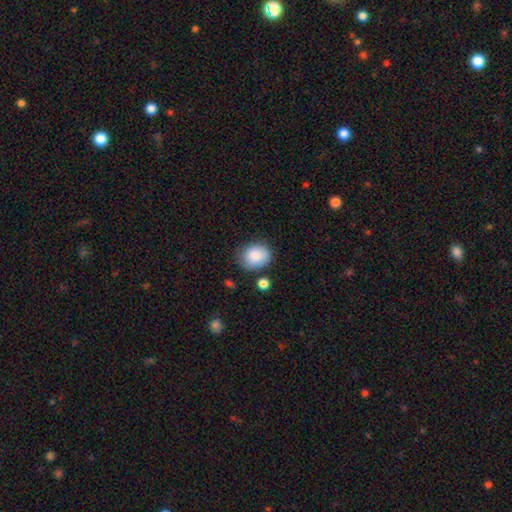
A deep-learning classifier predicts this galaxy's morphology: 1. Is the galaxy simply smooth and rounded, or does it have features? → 86% smooth, 7% star or artifact, 7% featured or disk.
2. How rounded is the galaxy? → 57% round, 42% in between, 1% cigar-shaped.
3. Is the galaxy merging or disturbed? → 67% none, 22% minor disturbance, 6% major disturbance, 5% merger.